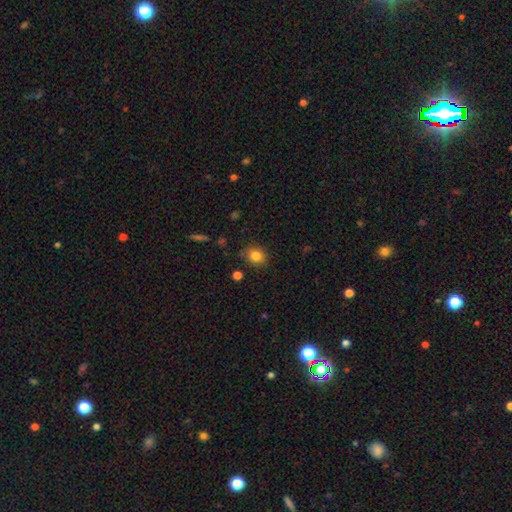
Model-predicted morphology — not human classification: Smooth or featured? smooth (83%)
How rounded? round (70%)
Merging? none (82%)